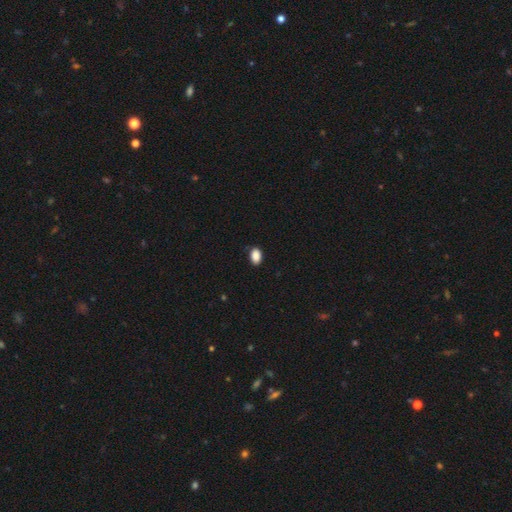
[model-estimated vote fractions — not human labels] smooth_or_featured: smooth (p=0.89) [alt: star or artifact p=0.08]
how_rounded: in between (p=0.87) [alt: round p=0.12]
merging: none (p=0.83) [alt: minor disturbance p=0.14]